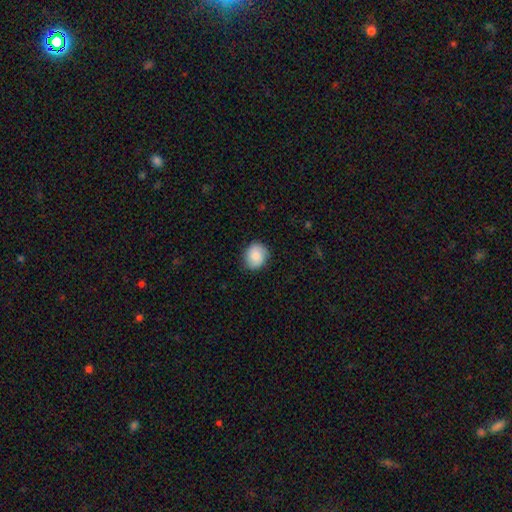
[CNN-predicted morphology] A smooth galaxy with no disk features (83%) that is round (79%).

Vote fractions:
- Smooth or featured? smooth: 83% / featured or disk: 9% / star or artifact: 7%
- How rounded? round: 79% / in between: 21% / cigar-shaped: 1%
- Merging? none: 85% / minor disturbance: 11% / major disturbance: 2% / merger: 1%